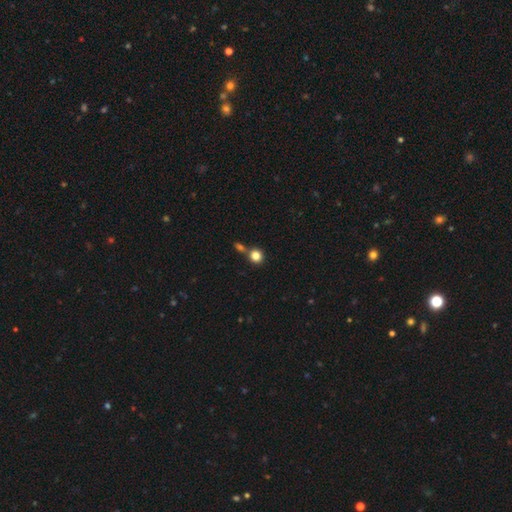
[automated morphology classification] Smooth or featured? Predicted: smooth (p=0.83). How rounded? Predicted: round (p=0.88). Merging? Predicted: none (p=0.64).